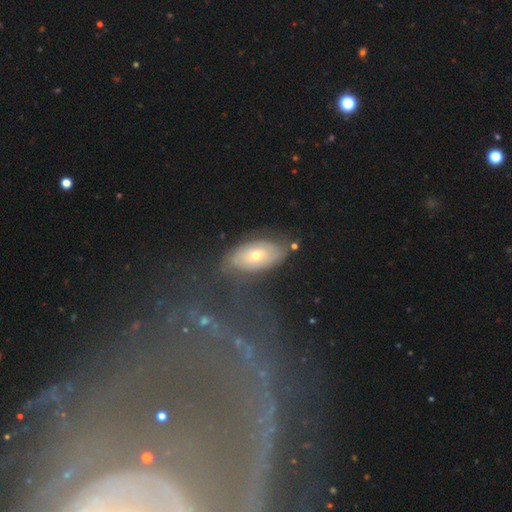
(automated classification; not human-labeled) smooth_or_featured: featured or disk (p=0.52) [alt: smooth p=0.38]
disk_edge_on: no (p=0.88) [alt: yes p=0.12]
merging: none (p=0.72) [alt: minor disturbance p=0.18]